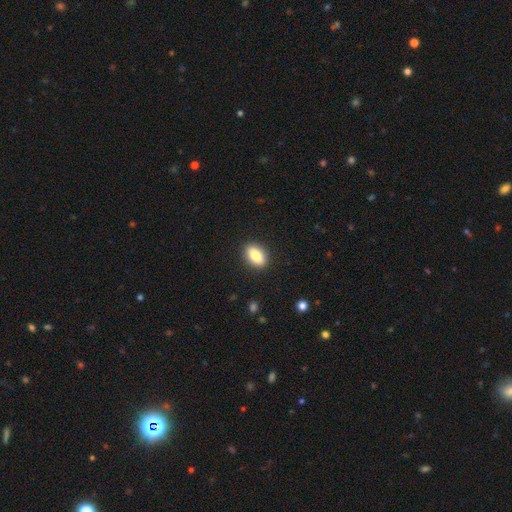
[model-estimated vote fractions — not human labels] Smooth or featured: smooth — 86% (star or artifact — 7%)
How rounded: in between — 87% (round — 8%)
Merging: none — 89% (minor disturbance — 8%)